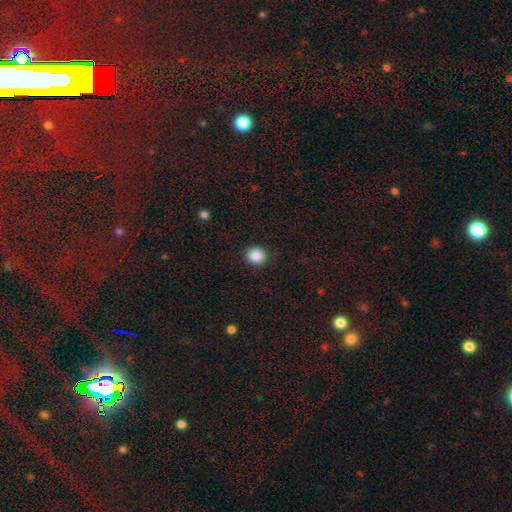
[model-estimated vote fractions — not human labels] A smooth galaxy with no disk features (87%) that is round (81%). Merging: none (91%).